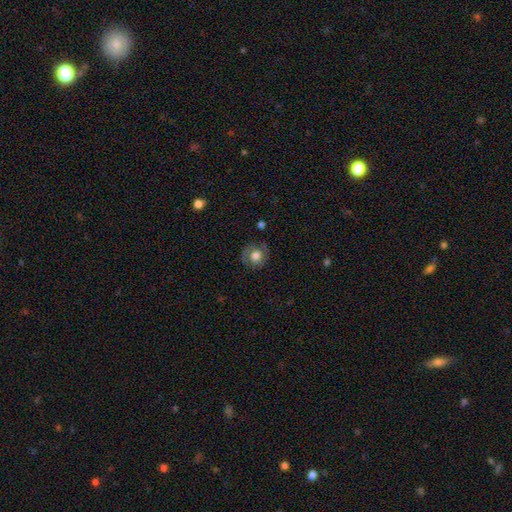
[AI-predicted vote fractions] smooth-or-featured: smooth: 56% | featured or disk: 35% | star or artifact: 9%
  how-rounded: round: 82% | in between: 17% | cigar-shaped: 1%
  merging: none: 73% | minor disturbance: 18% | major disturbance: 7% | merger: 1%